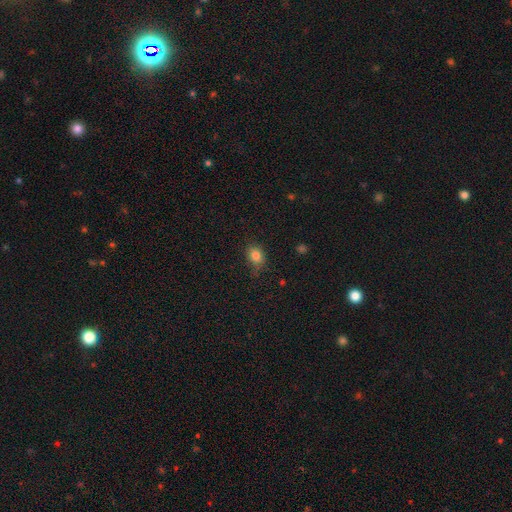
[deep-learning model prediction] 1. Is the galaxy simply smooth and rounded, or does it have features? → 82% smooth, 12% star or artifact, 6% featured or disk.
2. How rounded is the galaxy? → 58% in between, 41% round, 1% cigar-shaped.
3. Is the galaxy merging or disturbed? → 75% none, 20% minor disturbance, 4% major disturbance, 1% merger.